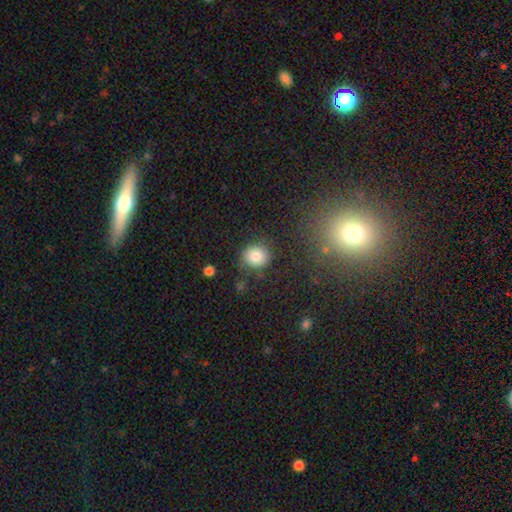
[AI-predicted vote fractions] A smooth galaxy with no disk features (84%) that is round (82%).

Vote fractions:
- Smooth or featured? smooth: 84% / star or artifact: 10% / featured or disk: 7%
- How rounded? round: 82% / in between: 17% / cigar-shaped: 1%
- Merging? none: 76% / minor disturbance: 14% / major disturbance: 5% / merger: 4%